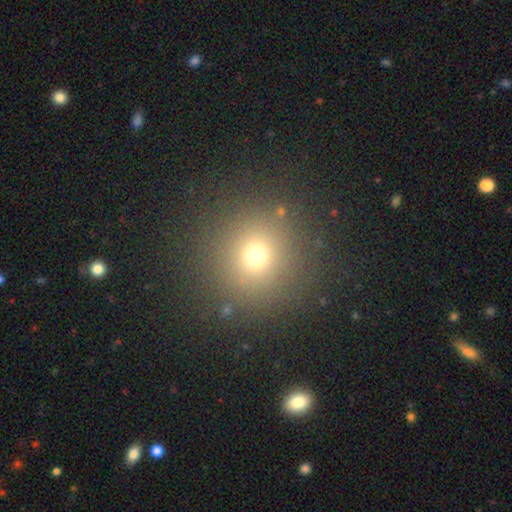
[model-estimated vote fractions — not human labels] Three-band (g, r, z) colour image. It shows a smooth galaxy with no disk features (69%) that is round (93%). Merging: none (88%).